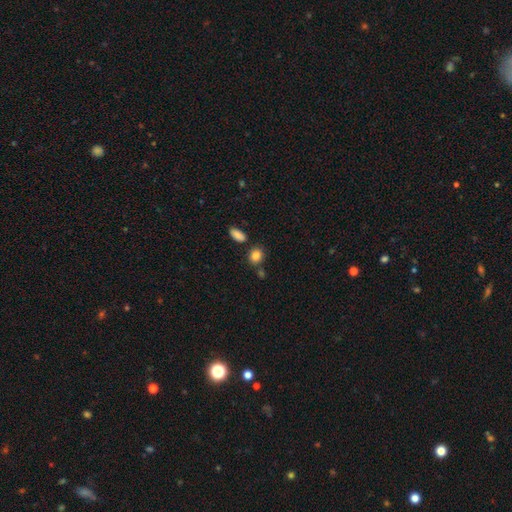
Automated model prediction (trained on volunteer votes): Smooth or featured? smooth (85%)
How rounded? round (60%)
Merging? none (74%)